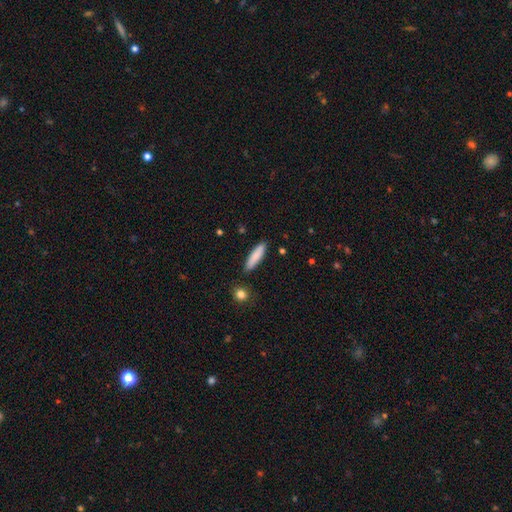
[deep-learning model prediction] Q: Smooth or featured?
A: smooth (85%); runner-up: featured or disk (9%)
Q: How rounded?
A: cigar-shaped (74%); runner-up: in between (24%)
Q: Merging?
A: none (87%); runner-up: minor disturbance (9%)